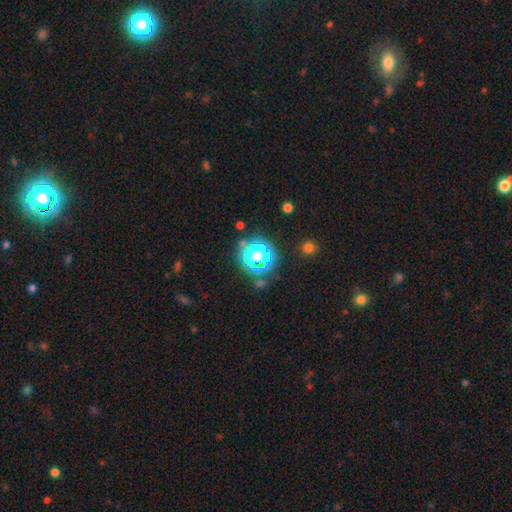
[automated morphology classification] smooth-or-featured: star or artifact: 66% | smooth: 26% | featured or disk: 8%